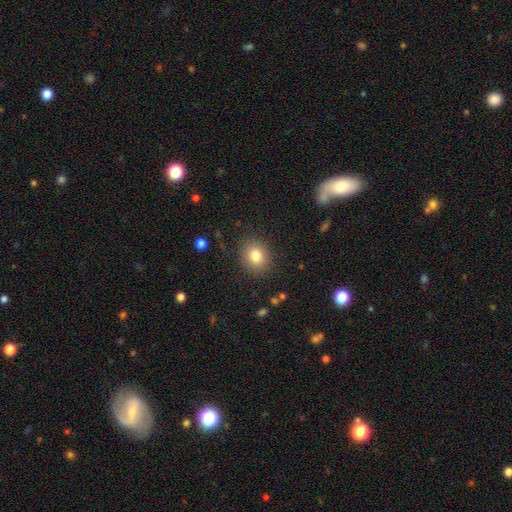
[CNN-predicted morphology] A smooth galaxy with no disk features (80%) that is round (61%). Merging: none (87%).